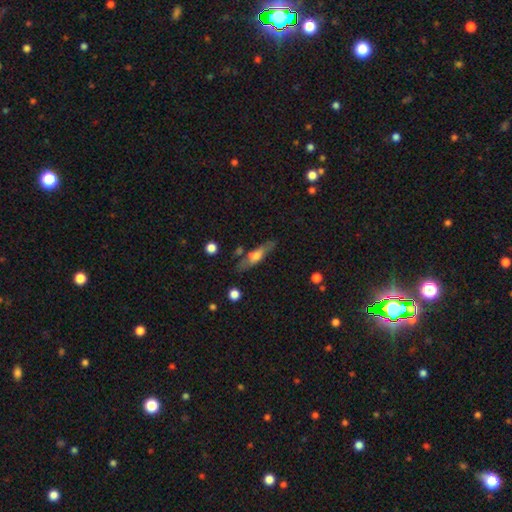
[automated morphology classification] smooth 49%, featured or disk 44%, star or artifact 7%. Down the decision tree: merging — none (72%).